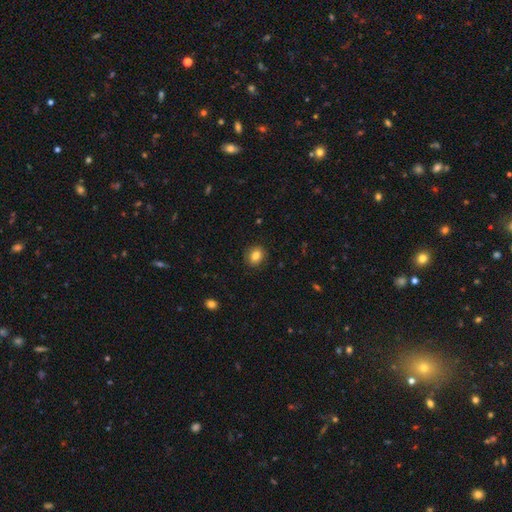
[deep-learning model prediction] A smooth galaxy with no disk features (83%) that is round (58%).

Vote fractions:
- Smooth or featured? smooth: 83% / star or artifact: 9% / featured or disk: 8%
- How rounded? round: 58% / in between: 41% / cigar-shaped: 1%
- Merging? none: 88% / minor disturbance: 9% / major disturbance: 2% / merger: 1%